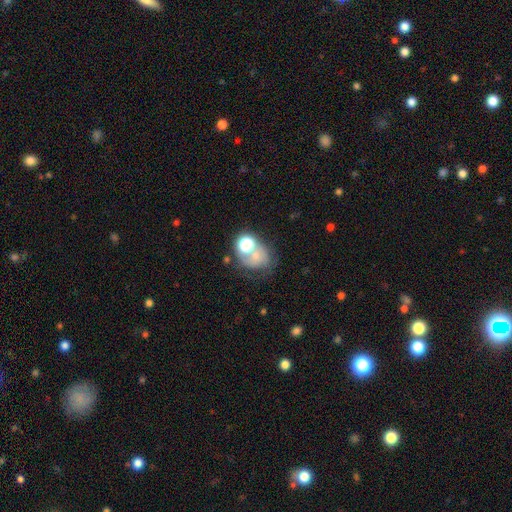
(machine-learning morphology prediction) smooth_or_featured: smooth (p=0.53) [alt: featured or disk p=0.28]
how_rounded: round (p=0.61) [alt: in between p=0.38]
merging: merger (p=0.35) [alt: none p=0.33]